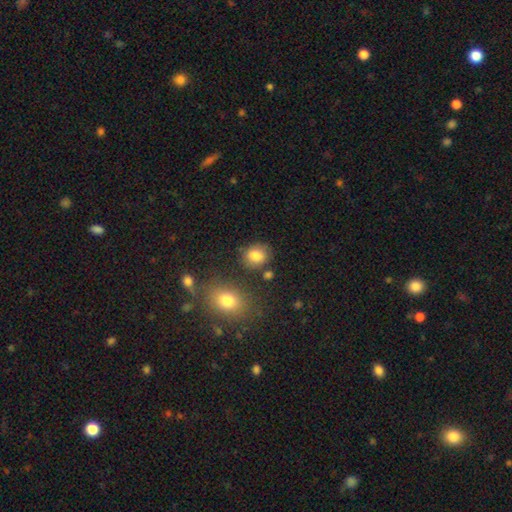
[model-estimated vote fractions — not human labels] Smooth or featured? smooth (83%)
How rounded? round (66%)
Merging? none (81%)